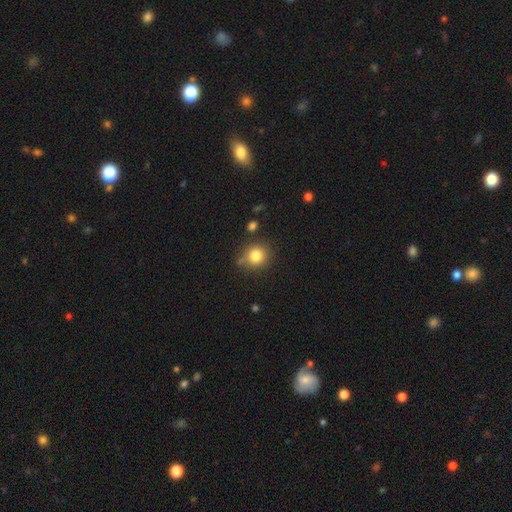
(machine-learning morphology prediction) Smooth or featured?
  - smooth: 81% *
  - star or artifact: 11%
  - featured or disk: 8%
How rounded?
  - round: 84% *
  - in between: 15%
  - cigar-shaped: 1%
Merging?
  - none: 72% *
  - minor disturbance: 17%
  - merger: 7%
  - major disturbance: 4%